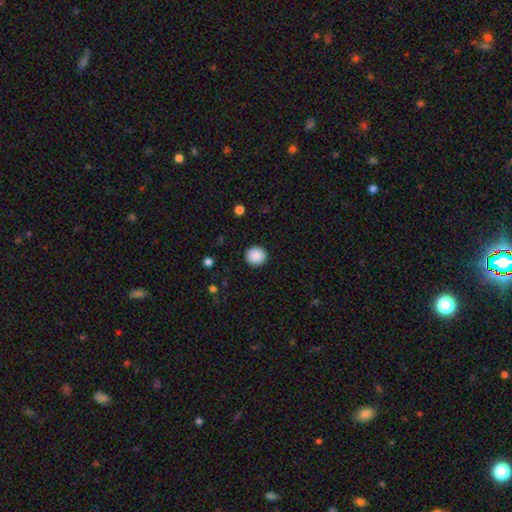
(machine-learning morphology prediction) A smooth galaxy with no disk features (90%) that is round (91%).

Vote fractions:
- Smooth or featured? smooth: 90% / star or artifact: 8% / featured or disk: 2%
- How rounded? round: 91% / in between: 8% / cigar-shaped: 1%
- Merging? none: 92% / minor disturbance: 5% / major disturbance: 2% / merger: 1%